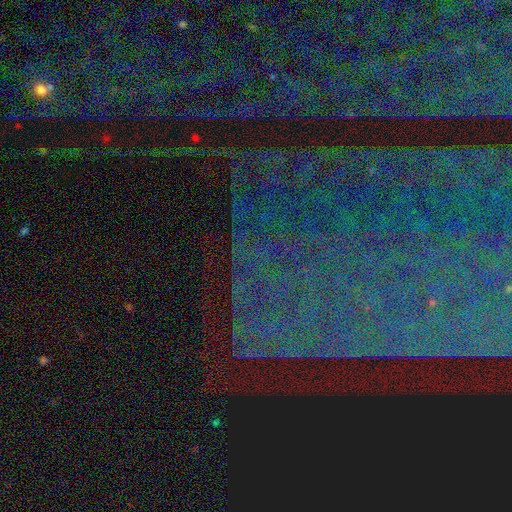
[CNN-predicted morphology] A star or artifact, not a galaxy (87%).